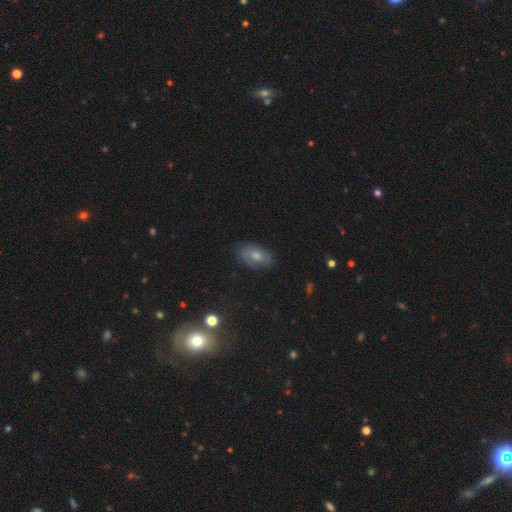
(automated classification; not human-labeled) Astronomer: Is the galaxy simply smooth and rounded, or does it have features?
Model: smooth — 70%.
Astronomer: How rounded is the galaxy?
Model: in between — 91%.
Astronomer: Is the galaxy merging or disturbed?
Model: none — 79%.